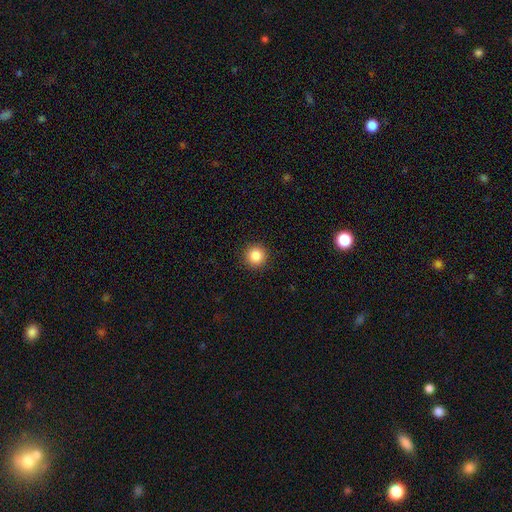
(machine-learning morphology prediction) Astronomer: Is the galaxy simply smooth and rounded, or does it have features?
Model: smooth — 86%.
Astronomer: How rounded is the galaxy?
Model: round — 96%.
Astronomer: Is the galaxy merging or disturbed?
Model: none — 93%.